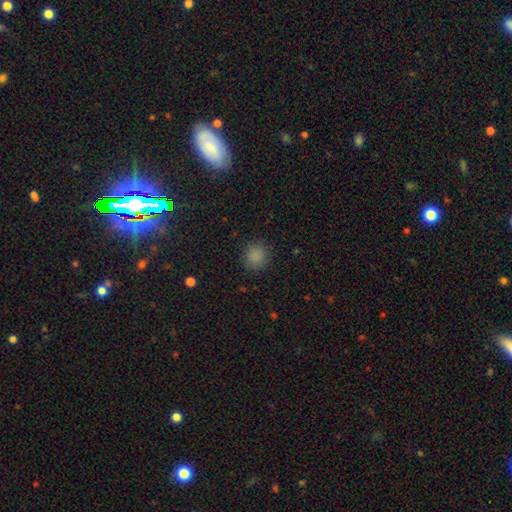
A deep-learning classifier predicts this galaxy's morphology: A smooth galaxy with no disk features (84%) that is round (86%). Merging: none (87%).